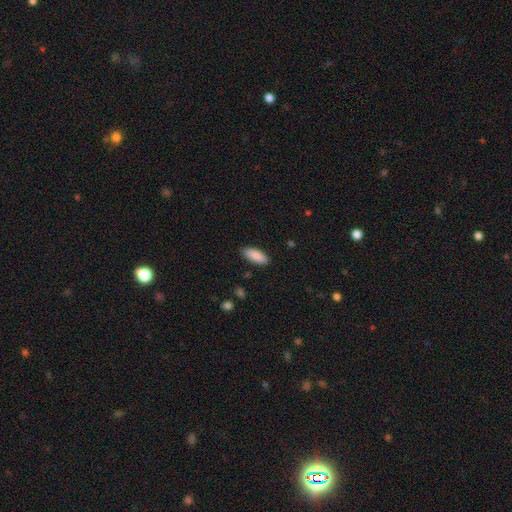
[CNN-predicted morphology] smooth-or-featured: smooth: 90% | star or artifact: 6% | featured or disk: 5%
  how-rounded: in between: 75% | cigar-shaped: 23% | round: 2%
  merging: none: 88% | minor disturbance: 9% | major disturbance: 2% | merger: 1%